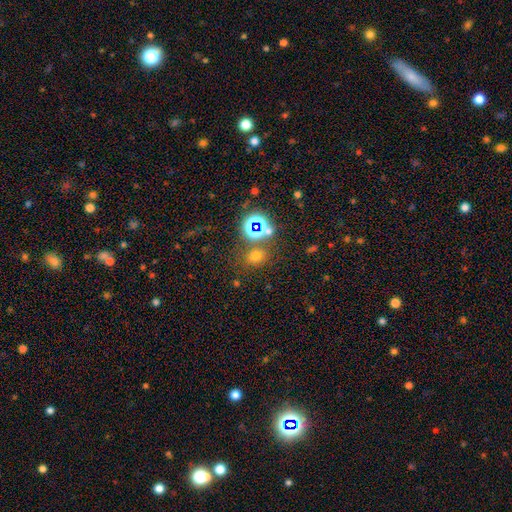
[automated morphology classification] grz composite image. It shows a smooth galaxy with no disk features (60%) that is round (66%). Merging: none (72%).